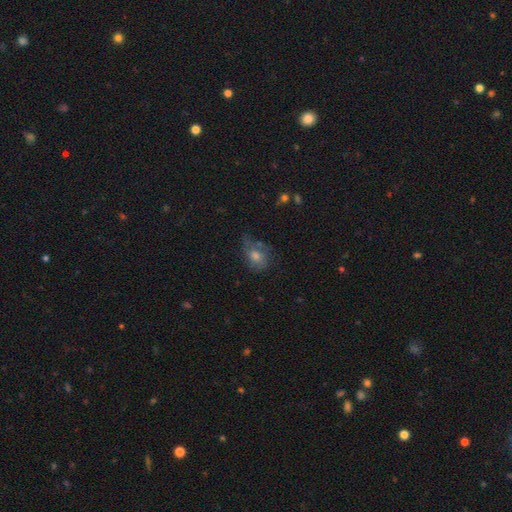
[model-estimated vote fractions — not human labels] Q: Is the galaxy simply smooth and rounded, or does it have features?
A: smooth — 50%.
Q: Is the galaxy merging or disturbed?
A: none — 48%.